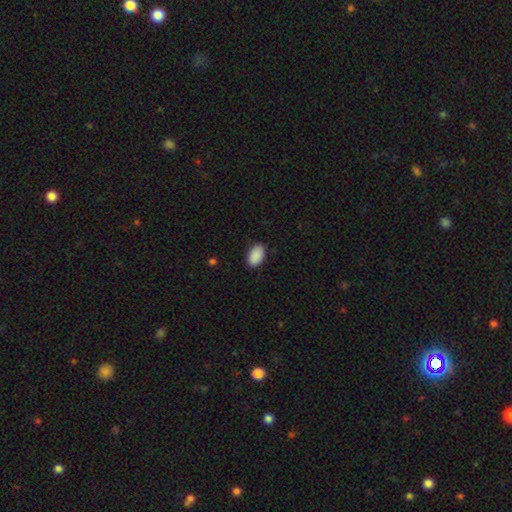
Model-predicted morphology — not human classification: A smooth galaxy with no disk features (91%) that is in between round and cigar-shaped (92%).

Vote fractions:
- Smooth or featured? smooth: 91% / star or artifact: 7% / featured or disk: 3%
- How rounded? in between: 92% / round: 7% / cigar-shaped: 1%
- Merging? none: 87% / minor disturbance: 10% / major disturbance: 2% / merger: 1%